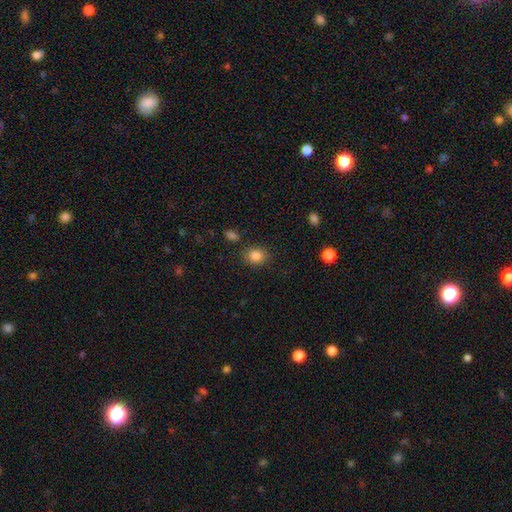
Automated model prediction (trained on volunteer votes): Smooth or featured? Predicted: smooth (p=0.85). How rounded? Predicted: round (p=0.61). Merging? Predicted: none (p=0.83).